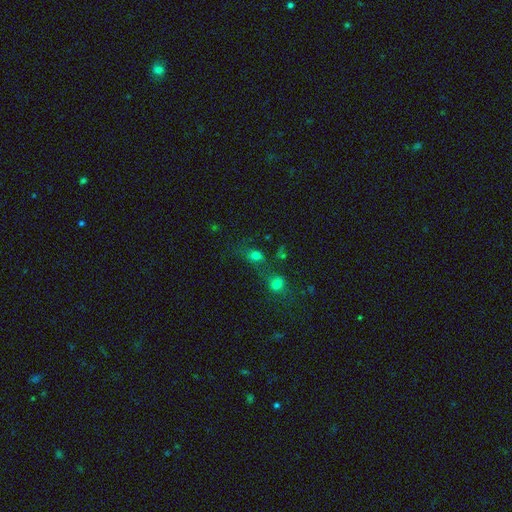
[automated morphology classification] Smooth or featured: smooth — 70% (star or artifact — 21%)
How rounded: in between — 49% (round — 48%)
Merging: none — 40% (merger — 39%)